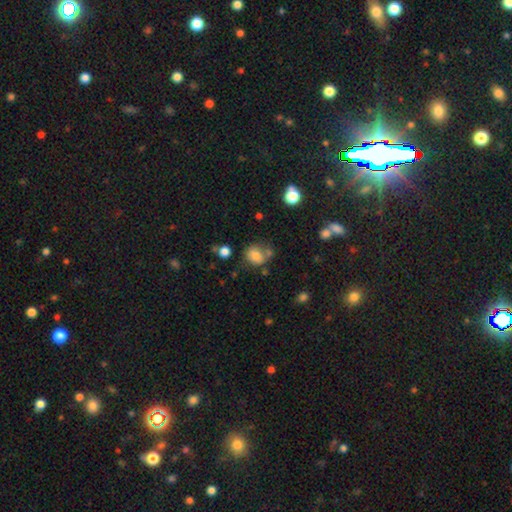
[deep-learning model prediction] A smooth galaxy with no disk features (77%) that is round (59%). Merging: none (54%).